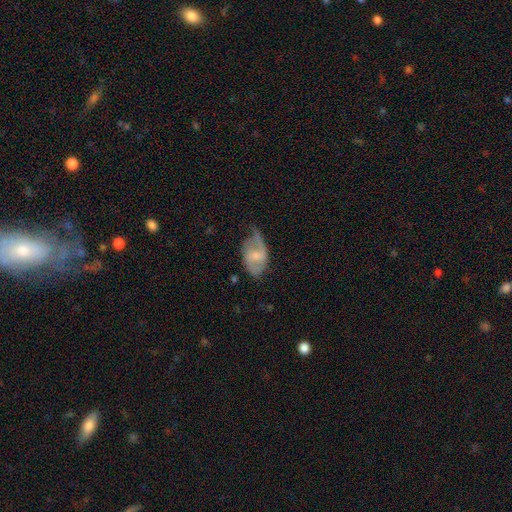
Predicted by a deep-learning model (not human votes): featured or disk 67%, smooth 27%, star or artifact 6%. Down the decision tree: edge-on disk — no (96%); bar — weak (53%); spiral arms — yes (86%); spiral arm count — 2 (76%); spiral winding — medium (43%); bulge size — small (46%); merging — none (46%).